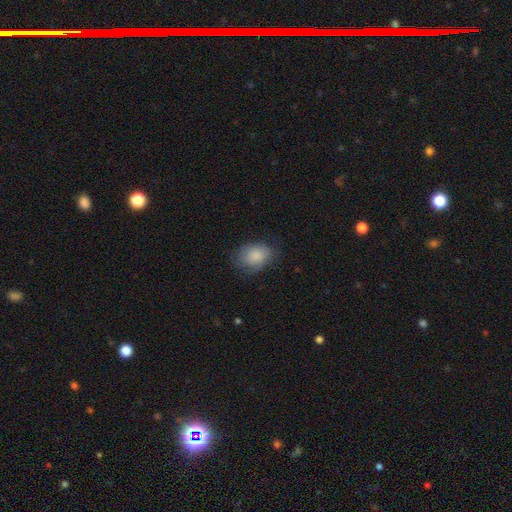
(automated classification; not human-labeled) Smooth or featured? smooth (82%)
How rounded? in between (75%)
Merging? none (66%)